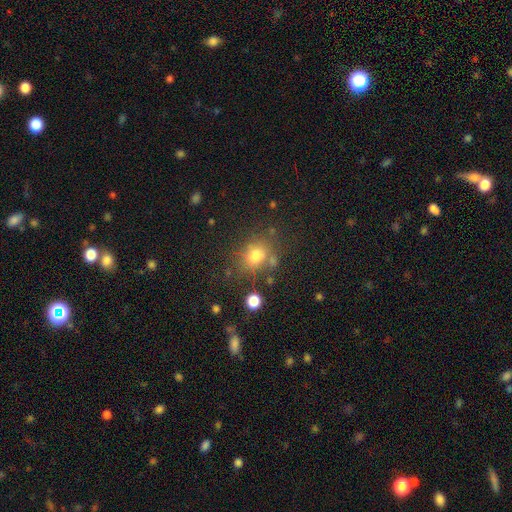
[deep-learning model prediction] Q: Smooth or featured?
A: smooth (73%); runner-up: star or artifact (17%)
Q: How rounded?
A: round (62%); runner-up: in between (37%)
Q: Merging?
A: none (72%); runner-up: minor disturbance (14%)